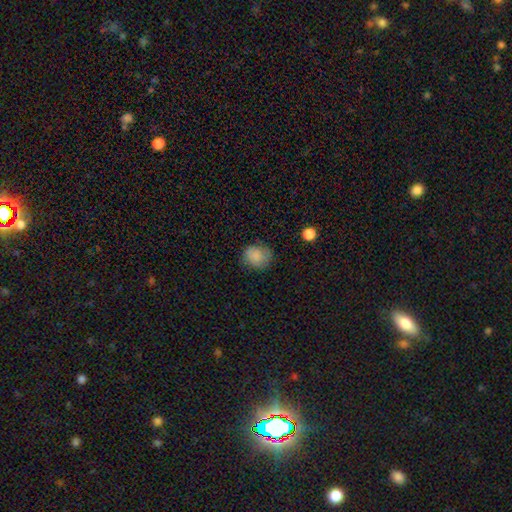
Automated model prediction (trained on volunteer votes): The model was most divided on "how rounded": round: 72%, in between: 28%, cigar-shaped: 1%. More confident: smooth or featured — smooth (83%); merging — none (74%).